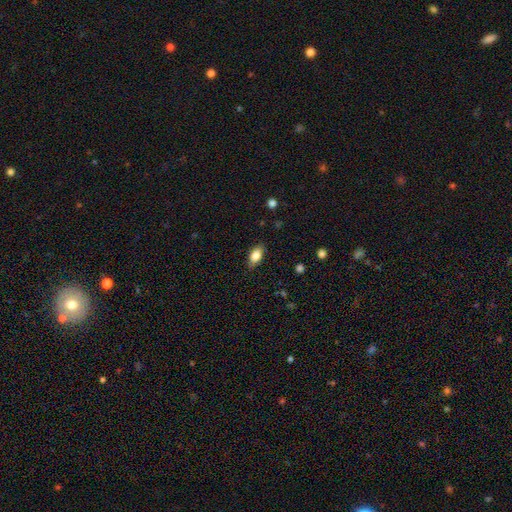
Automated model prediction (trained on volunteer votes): Smooth or featured? smooth (82%)
How rounded? in between (88%)
Merging? none (85%)